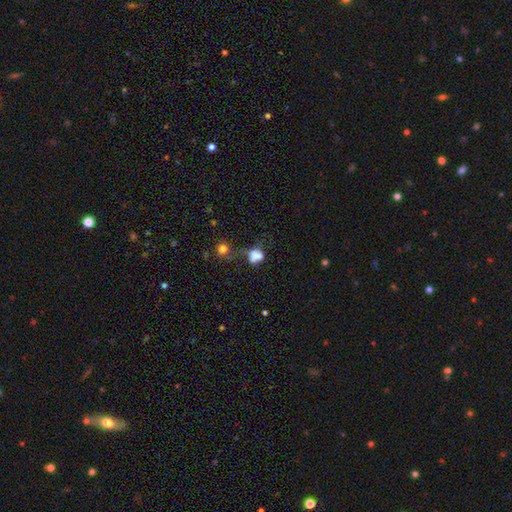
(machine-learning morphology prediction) A smooth galaxy with no disk features (67%) that is in between round and cigar-shaped (60%). Merging: none (31%).